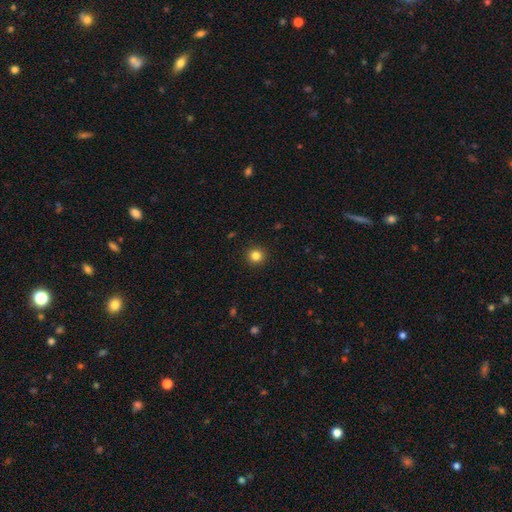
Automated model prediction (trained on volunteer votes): A smooth galaxy with no disk features (83%) that is round (94%). Merging: none (93%).